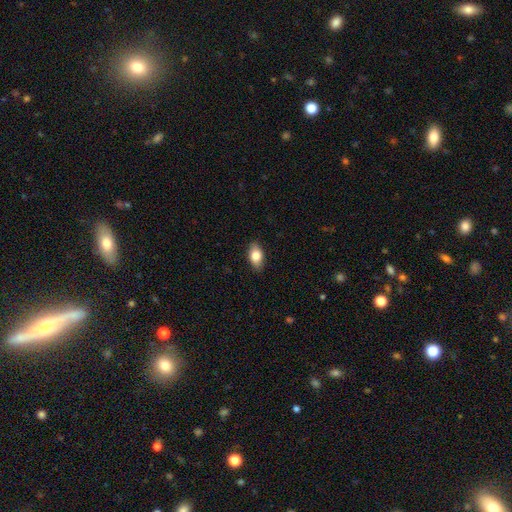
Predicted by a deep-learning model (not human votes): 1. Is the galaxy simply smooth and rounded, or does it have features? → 81% smooth, 12% featured or disk, 7% star or artifact.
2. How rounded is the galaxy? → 89% in between, 7% round, 4% cigar-shaped.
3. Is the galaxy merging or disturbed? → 86% none, 11% minor disturbance, 2% major disturbance, 1% merger.